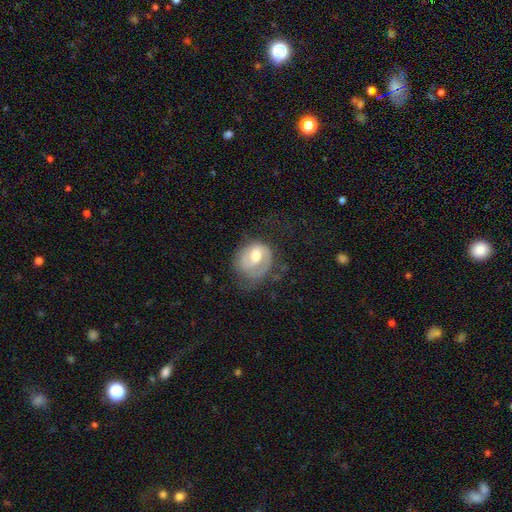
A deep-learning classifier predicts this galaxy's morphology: smooth-or-featured: featured or disk: 59% | smooth: 34% | star or artifact: 6%
  disk-edge-on: no: 97% | yes: 3%
    bar: weak: 46% | no: 42% | strong: 12%
    has-spiral-arms: yes: 76% | no: 24%
    bulge-size: moderate: 67% | small: 16% | large: 14% | none: 2% | dominant: 1%
  merging: none: 46% | minor disturbance: 27% | major disturbance: 25% | merger: 2%